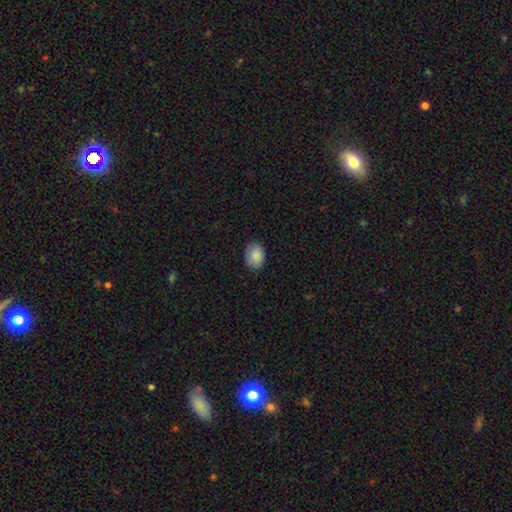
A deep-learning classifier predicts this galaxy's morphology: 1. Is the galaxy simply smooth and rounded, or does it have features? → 88% smooth, 7% star or artifact, 5% featured or disk.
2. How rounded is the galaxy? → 73% in between, 26% round, 1% cigar-shaped.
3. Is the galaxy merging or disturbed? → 85% none, 12% minor disturbance, 2% major disturbance, 1% merger.